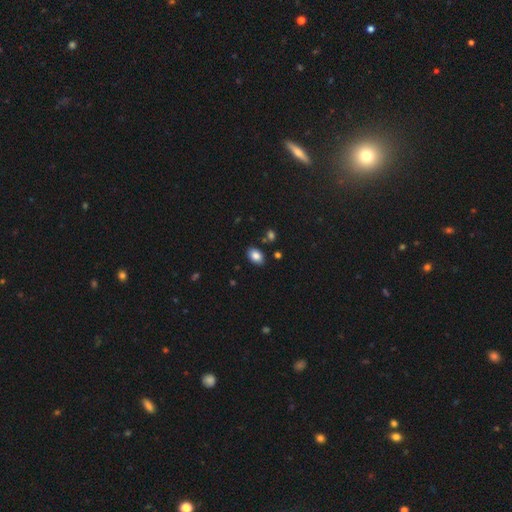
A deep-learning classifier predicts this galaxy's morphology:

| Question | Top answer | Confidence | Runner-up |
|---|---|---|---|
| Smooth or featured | smooth | 85% | star or artifact (9%) |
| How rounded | in between | 84% | round (15%) |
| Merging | none | 85% | minor disturbance (9%) |